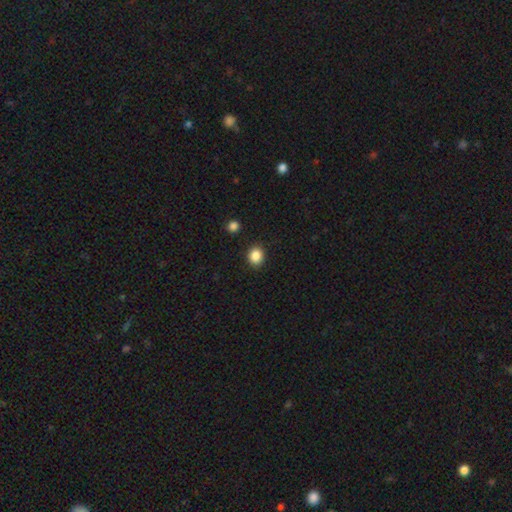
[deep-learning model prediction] smooth_or_featured: smooth (p=0.86) [alt: star or artifact p=0.10]
how_rounded: round (p=0.73) [alt: in between p=0.26]
merging: none (p=0.89) [alt: minor disturbance p=0.07]